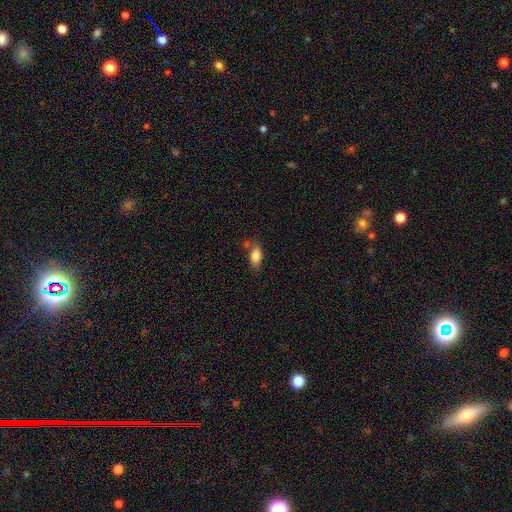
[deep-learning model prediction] Smooth or featured: smooth — 83% (featured or disk — 9%)
How rounded: in between — 88% (cigar-shaped — 7%)
Merging: none — 60% (minor disturbance — 20%)